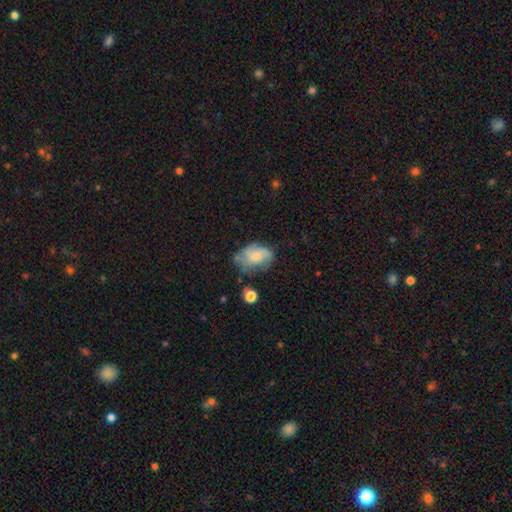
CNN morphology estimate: type=smooth (56%); roundness=in between (82%); merging=none (41%).